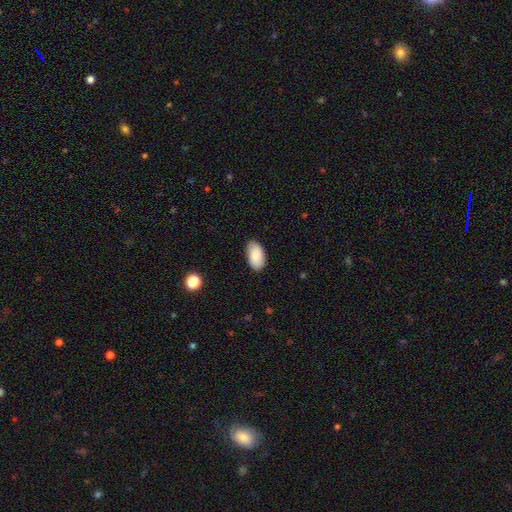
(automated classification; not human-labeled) smooth-or-featured: smooth: 86% | featured or disk: 7% | star or artifact: 7%
  how-rounded: in between: 95% | round: 3% | cigar-shaped: 1%
  merging: none: 82% | minor disturbance: 14% | major disturbance: 3% | merger: 1%